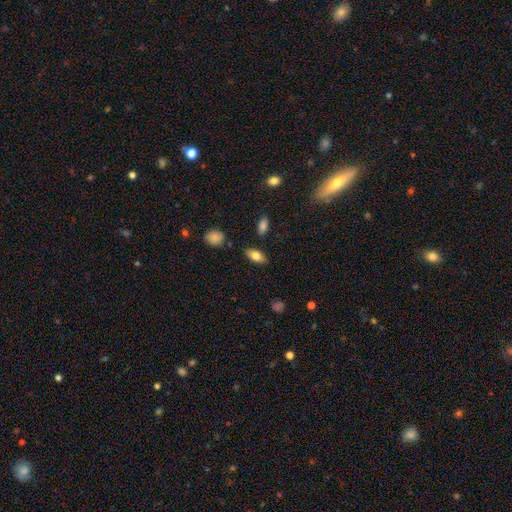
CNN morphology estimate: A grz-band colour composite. It shows a smooth galaxy with no disk features (76%) that is in between round and cigar-shaped (89%). Merging: none (84%).